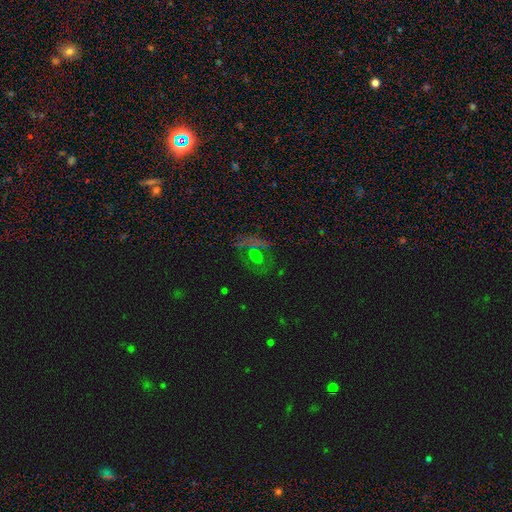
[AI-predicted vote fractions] Morphology: type=featured or disk (39%); merging=none (54%).